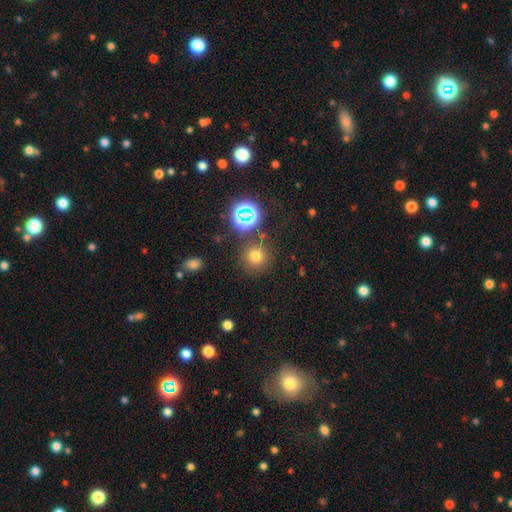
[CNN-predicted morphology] smooth_or_featured: smooth (p=0.71) [alt: star or artifact p=0.22]
how_rounded: round (p=0.93) [alt: in between p=0.06]
merging: none (p=0.82) [alt: minor disturbance p=0.09]